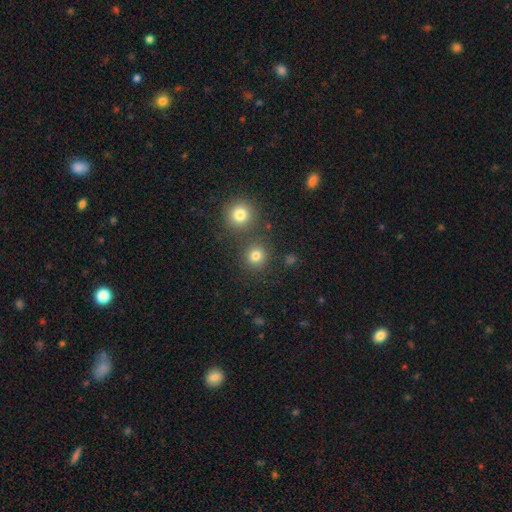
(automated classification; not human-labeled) smooth_or_featured: smooth (p=0.80) [alt: star or artifact p=0.15]
how_rounded: round (p=0.92) [alt: in between p=0.07]
merging: none (p=0.80) [alt: merger p=0.11]